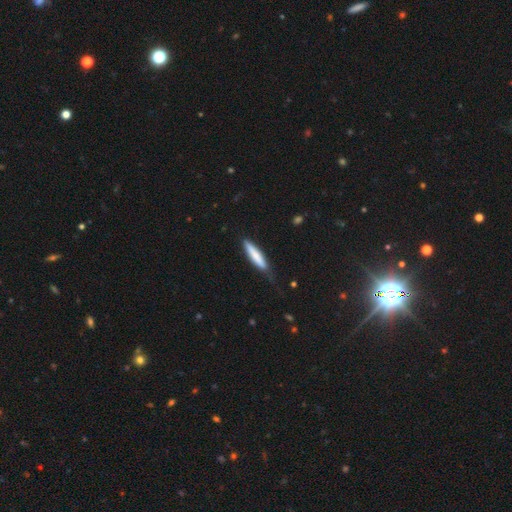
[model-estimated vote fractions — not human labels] smooth_or_featured: smooth (p=0.73) [alt: featured or disk p=0.22]
how_rounded: cigar-shaped (p=0.86) [alt: in between p=0.12]
merging: none (p=0.66) [alt: minor disturbance p=0.26]